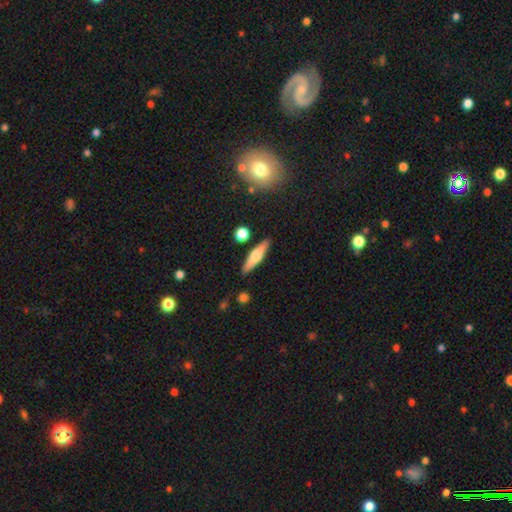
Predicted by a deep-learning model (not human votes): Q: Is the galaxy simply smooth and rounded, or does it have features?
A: smooth — 49%.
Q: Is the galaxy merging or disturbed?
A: none — 87%.